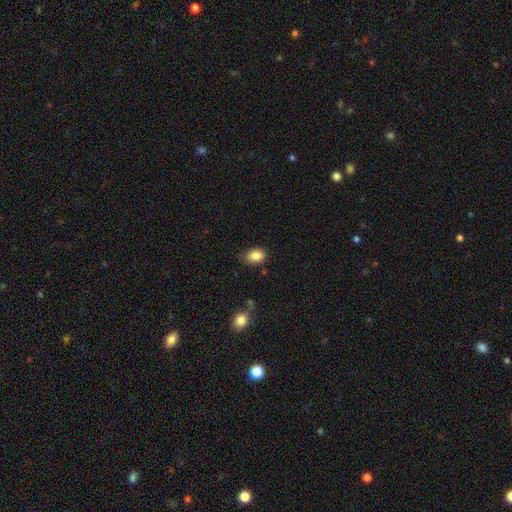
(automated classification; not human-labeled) smooth 86%, star or artifact 9%, featured or disk 5%. Down the decision tree: how rounded — in between (81%); merging — none (73%).